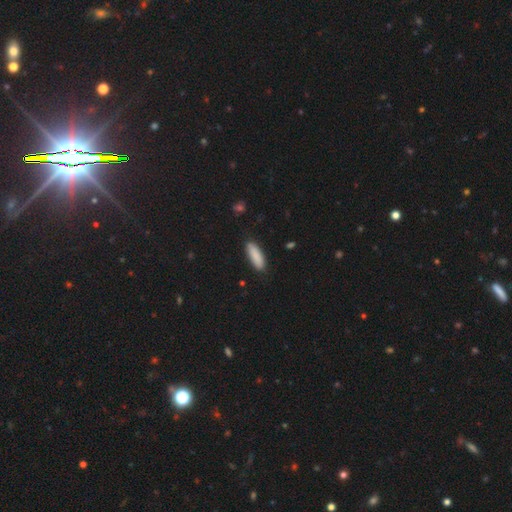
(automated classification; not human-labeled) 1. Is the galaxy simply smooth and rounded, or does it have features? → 88% smooth, 6% featured or disk, 6% star or artifact.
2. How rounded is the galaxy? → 50% in between, 48% cigar-shaped, 2% round.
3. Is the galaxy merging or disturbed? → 86% none, 10% minor disturbance, 2% major disturbance, 1% merger.